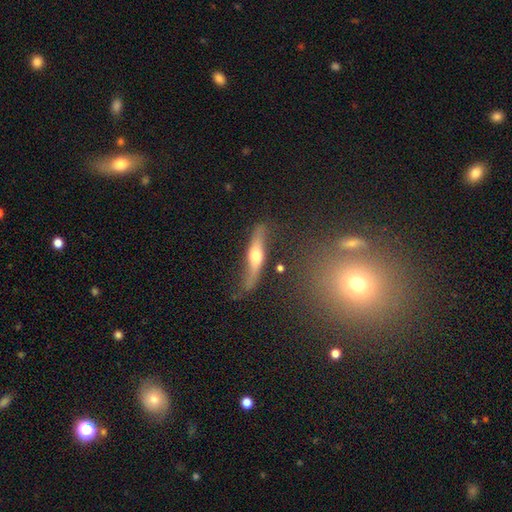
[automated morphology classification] Smooth or featured?
  - featured or disk: 65% *
  - smooth: 30%
  - star or artifact: 6%
Edge-on disk?
  - yes: 71% *
  - no: 29%
Merging?
  - none: 65% *
  - minor disturbance: 23%
  - major disturbance: 8%
  - merger: 4%